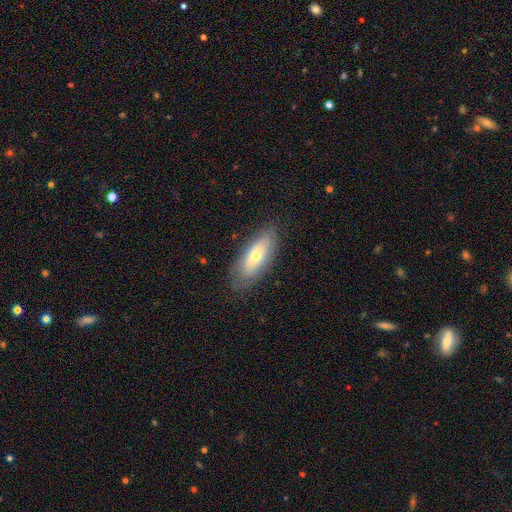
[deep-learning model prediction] smooth_or_featured: smooth (p=0.65) [alt: featured or disk p=0.28]
how_rounded: in between (p=0.72) [alt: cigar-shaped p=0.25]
merging: none (p=0.83) [alt: minor disturbance p=0.13]